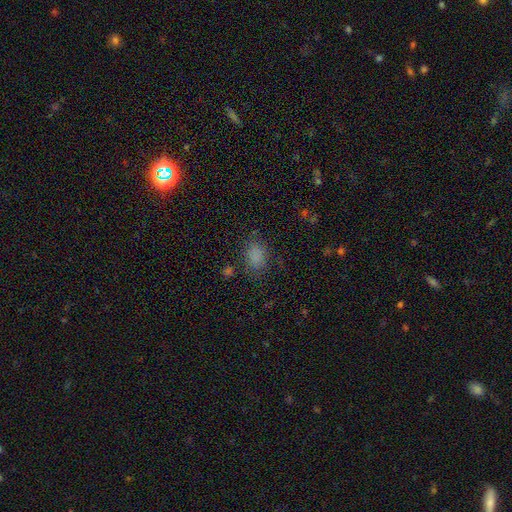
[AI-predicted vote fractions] This is likely a smooth galaxy (80%). How rounded: likely in between (64%). Merging: likely none (76%).